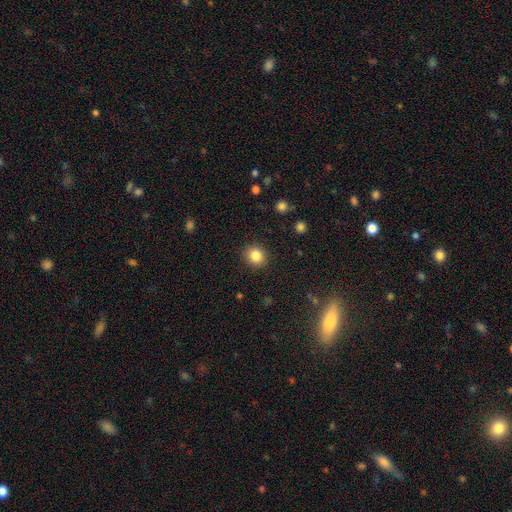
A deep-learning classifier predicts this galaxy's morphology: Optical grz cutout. It shows a smooth galaxy with no disk features (84%) that is round (85%). Merging: none (91%).